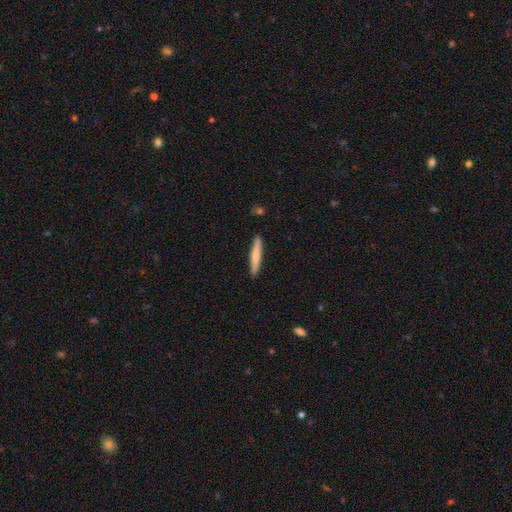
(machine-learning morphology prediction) This is likely a smooth galaxy (68%). How rounded: clearly cigar-shaped (94%). Merging: clearly none (91%).